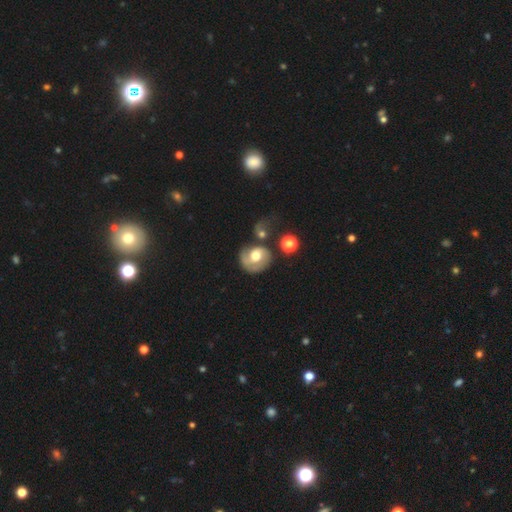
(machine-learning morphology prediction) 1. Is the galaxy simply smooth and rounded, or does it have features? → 52% featured or disk, 40% smooth, 8% star or artifact.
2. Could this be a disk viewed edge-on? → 97% no, 3% yes.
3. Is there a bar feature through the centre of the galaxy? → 71% no, 24% weak, 5% strong.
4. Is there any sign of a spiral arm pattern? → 67% yes, 33% no.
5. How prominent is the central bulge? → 68% moderate, 22% large, 7% small, 2% dominant, 1% none.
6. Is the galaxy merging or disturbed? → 41% none, 22% minor disturbance, 20% major disturbance, 16% merger.